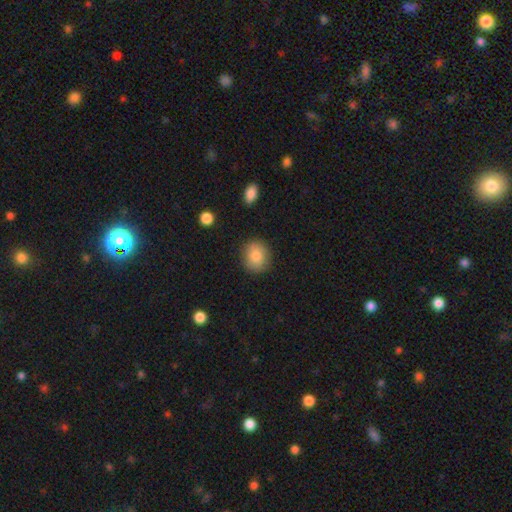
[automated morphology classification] smooth-or-featured: smooth: 84% | star or artifact: 8% | featured or disk: 8%
  how-rounded: round: 74% | in between: 25% | cigar-shaped: 1%
  merging: none: 87% | minor disturbance: 10% | major disturbance: 3% | merger: 1%